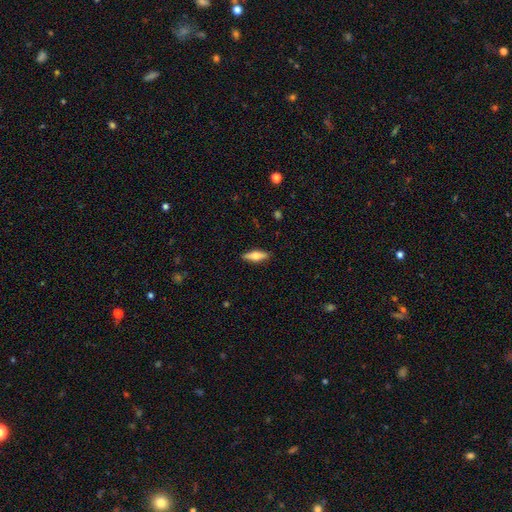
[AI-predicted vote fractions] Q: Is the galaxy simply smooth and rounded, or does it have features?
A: smooth — 55%.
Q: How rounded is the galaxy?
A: cigar-shaped — 51%.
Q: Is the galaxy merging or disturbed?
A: none — 88%.